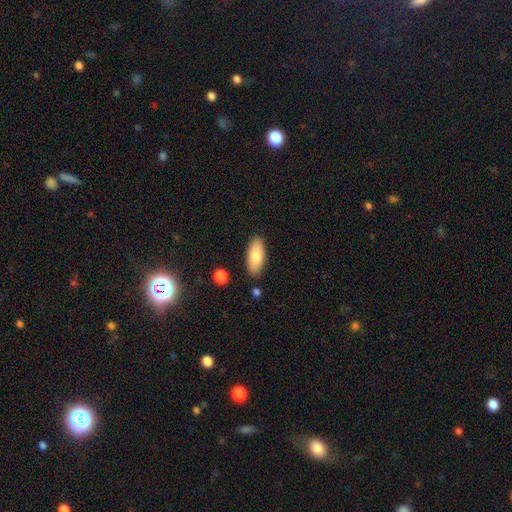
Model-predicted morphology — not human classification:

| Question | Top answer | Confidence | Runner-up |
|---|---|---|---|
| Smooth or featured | smooth | 84% | featured or disk (10%) |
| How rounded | in between | 82% | cigar-shaped (16%) |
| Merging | none | 85% | minor disturbance (10%) |